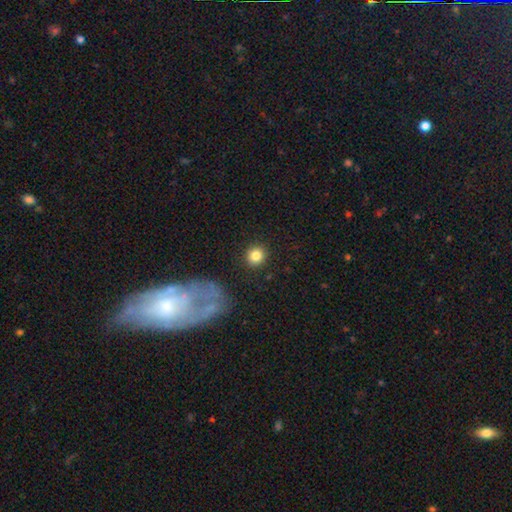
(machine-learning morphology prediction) smooth_or_featured: smooth (p=0.84) [alt: star or artifact p=0.10]
how_rounded: round (p=0.90) [alt: in between p=0.09]
merging: none (p=0.90) [alt: minor disturbance p=0.06]